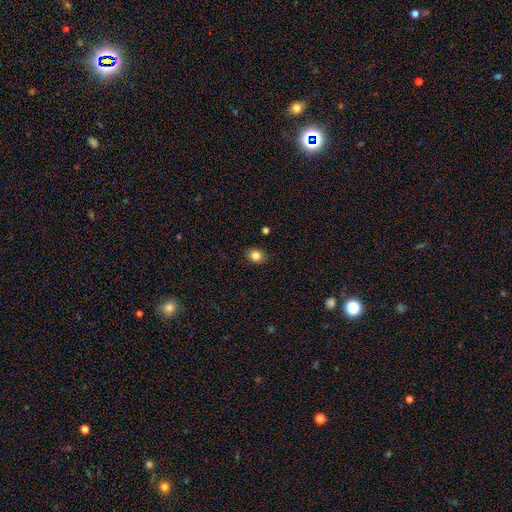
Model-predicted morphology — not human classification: Smooth or featured: smooth — 83% (star or artifact — 11%)
How rounded: round — 64% (in between — 36%)
Merging: none — 87% (minor disturbance — 9%)